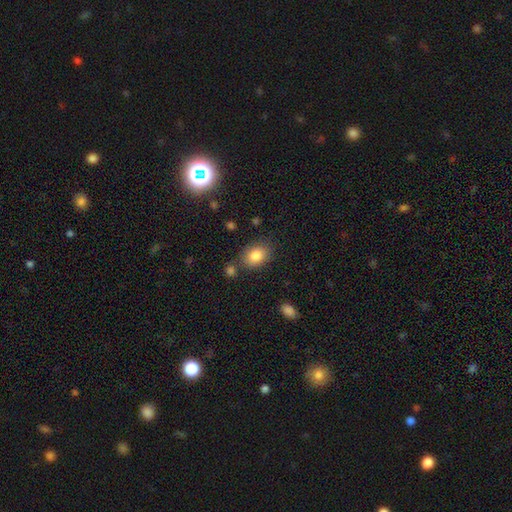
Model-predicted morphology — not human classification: Overall: smooth (84%). How rounded: in between (69%; round 30%). Merging: none (76%).